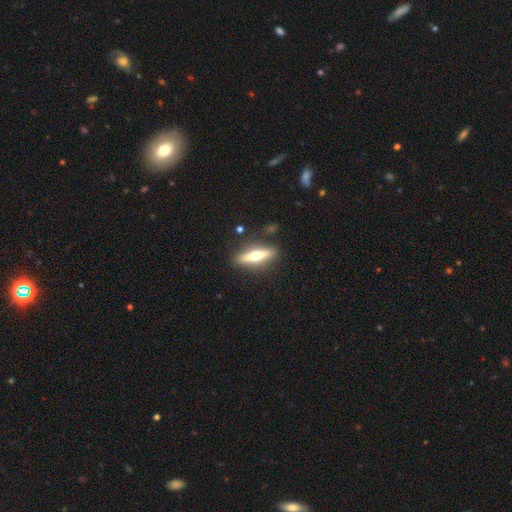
Volunteers were most divided on "smooth or featured": featured or disk: 53%, smooth: 42%, star or artifact: 5%. More confident: edge-on bulge — rounded (94%); merging — none (86%); edge-on disk — yes (85%).